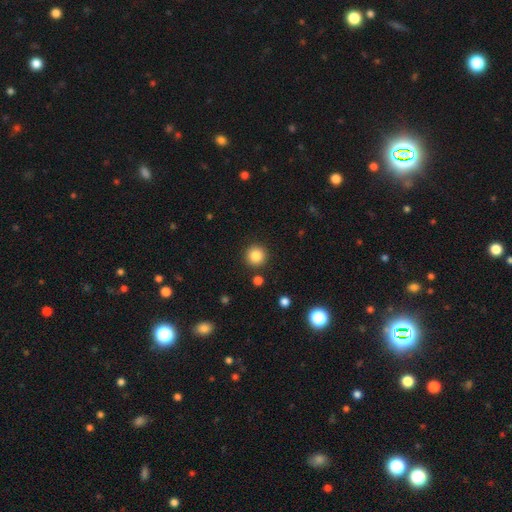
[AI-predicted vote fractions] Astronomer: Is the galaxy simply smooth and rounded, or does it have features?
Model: smooth — 85%.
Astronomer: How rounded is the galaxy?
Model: round — 95%.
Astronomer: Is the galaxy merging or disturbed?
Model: none — 90%.